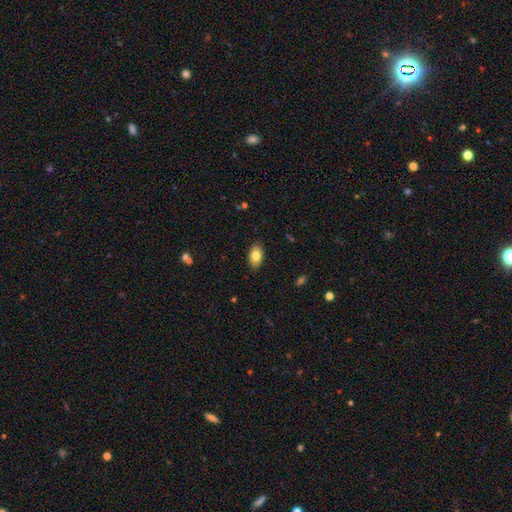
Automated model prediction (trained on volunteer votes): Smooth or featured: smooth — 82% (featured or disk — 11%)
How rounded: in between — 92% (round — 6%)
Merging: none — 88% (minor disturbance — 10%)